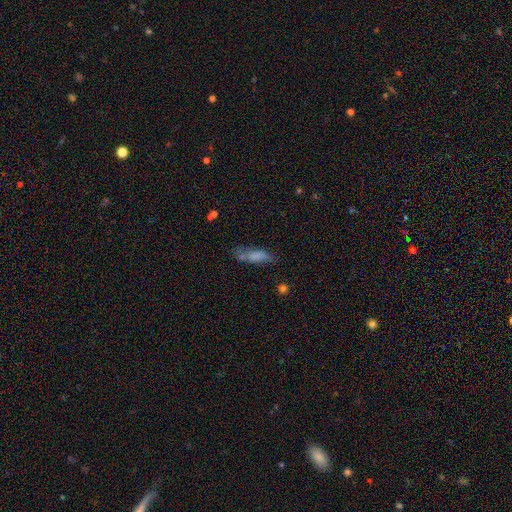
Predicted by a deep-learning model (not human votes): This appears to be a smooth galaxy with no disk features (69%) that is in between round and cigar-shaped (51%). Merging: none (44%).